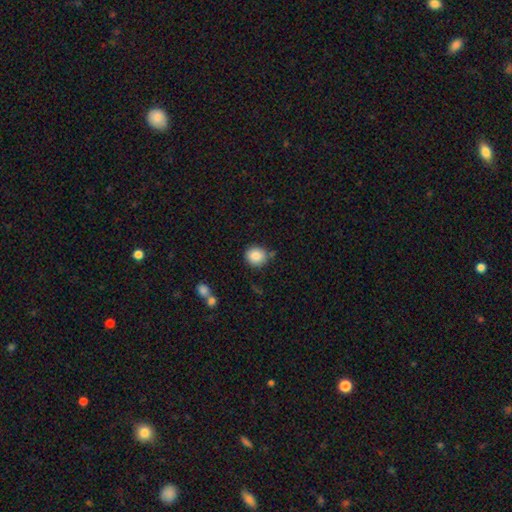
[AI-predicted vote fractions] Overall: smooth (85%). How rounded: round (87%). Merging: none (76%).